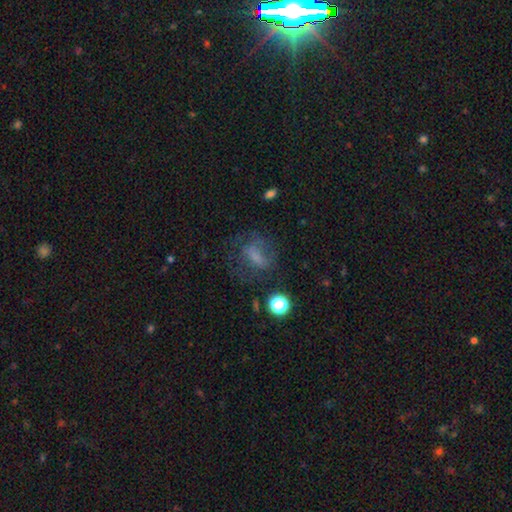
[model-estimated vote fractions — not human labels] This is possibly a smooth galaxy (45%). Merging: possibly none (51%).